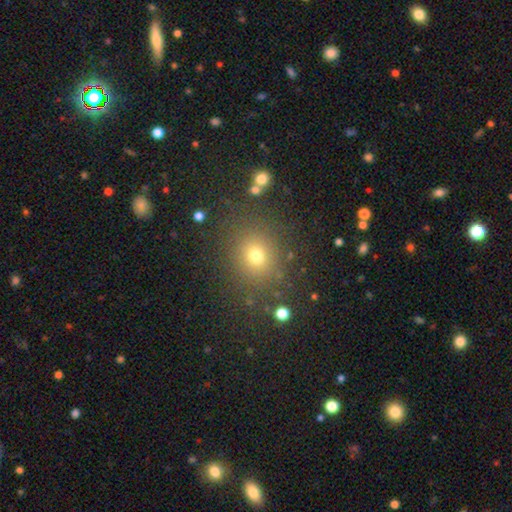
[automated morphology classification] smooth 72%, star or artifact 20%, featured or disk 9%. Down the decision tree: how rounded — round (78%); merging — none (83%).